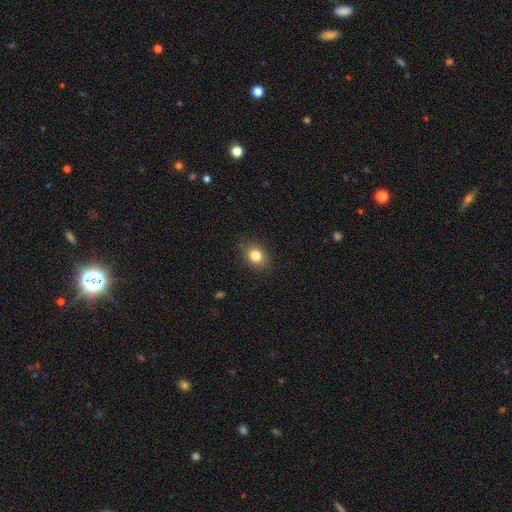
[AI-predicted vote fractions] Smooth or featured: smooth — 82% (star or artifact — 11%)
How rounded: round — 50% (in between — 49%)
Merging: none — 86% (minor disturbance — 10%)